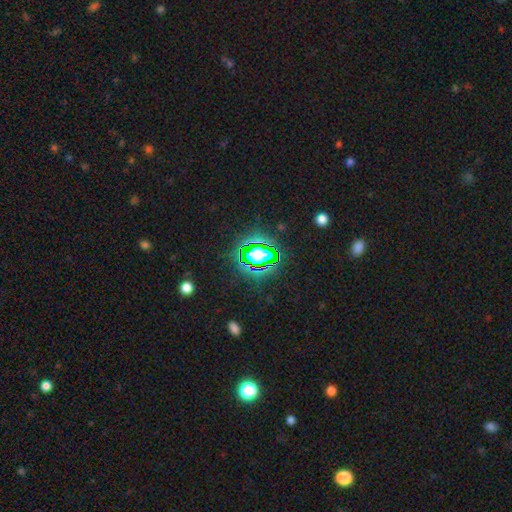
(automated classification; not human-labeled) Smooth or featured? star or artifact (80%)